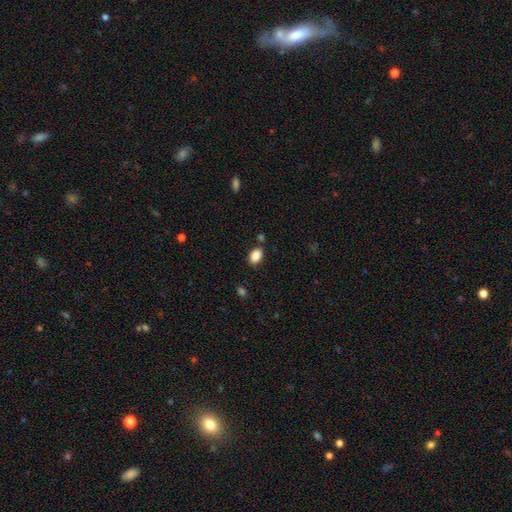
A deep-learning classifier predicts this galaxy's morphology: type=smooth (88%); roundness=in between (87%); merging=none (82%).